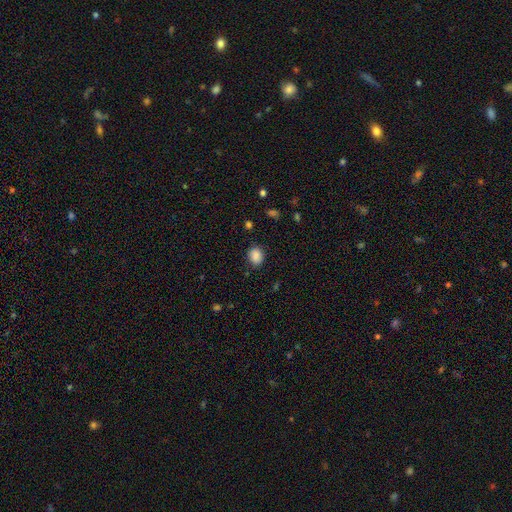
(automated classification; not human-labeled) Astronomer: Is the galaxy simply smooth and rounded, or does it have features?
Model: smooth — 87%.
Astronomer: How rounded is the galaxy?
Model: round — 50%, tied with in between at 50%.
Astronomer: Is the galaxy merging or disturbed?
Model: none — 82%.